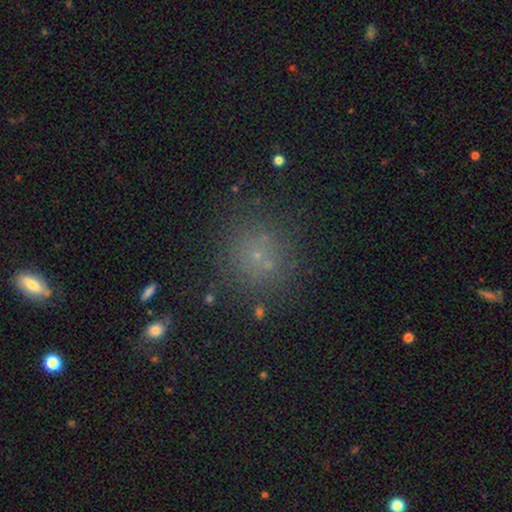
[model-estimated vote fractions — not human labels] Q: Smooth or featured?
A: smooth (59%); runner-up: star or artifact (30%)
Q: How rounded?
A: round (89%); runner-up: in between (10%)
Q: Merging?
A: none (79%); runner-up: minor disturbance (10%)